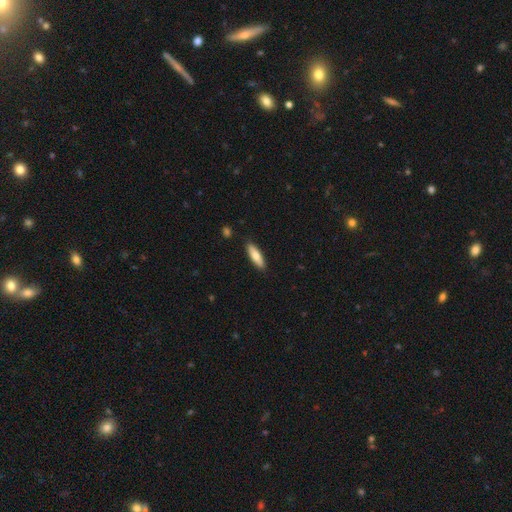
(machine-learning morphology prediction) The model was most divided on "how rounded": cigar-shaped: 53%, in between: 45%, round: 2%. More confident: merging — none (88%); smooth or featured — smooth (71%).